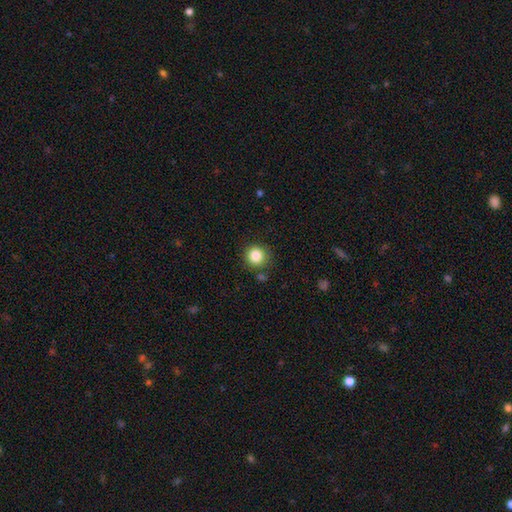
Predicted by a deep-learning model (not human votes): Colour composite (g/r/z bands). It shows a smooth galaxy with no disk features (85%) that is round (93%). Merging: none (83%).